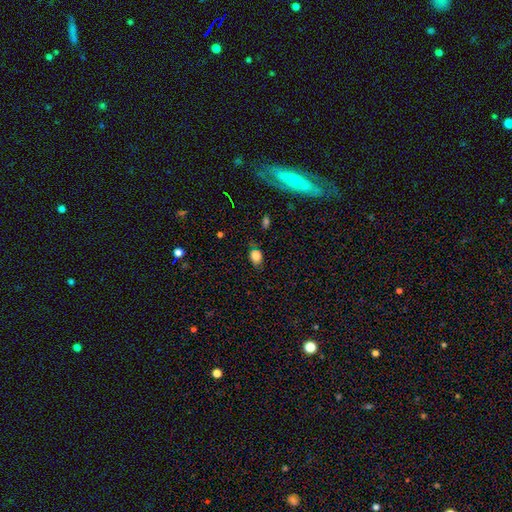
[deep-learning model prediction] A smooth galaxy with no disk features (82%) that is in between round and cigar-shaped (66%). Merging: none (71%).